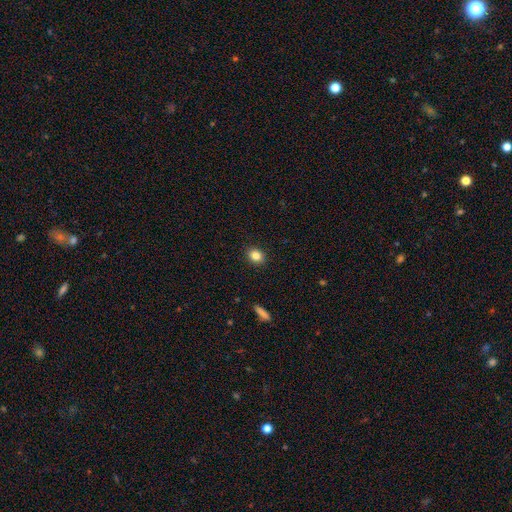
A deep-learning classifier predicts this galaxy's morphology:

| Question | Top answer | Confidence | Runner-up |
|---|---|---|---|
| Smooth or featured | smooth | 83% | star or artifact (10%) |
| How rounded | round | 54% | in between (45%) |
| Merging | none | 90% | minor disturbance (7%) |